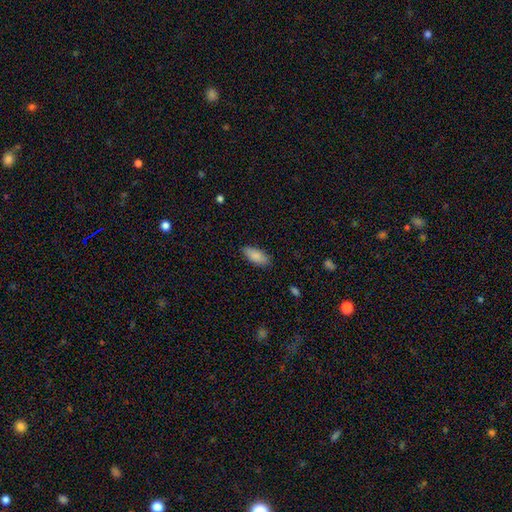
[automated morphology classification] type=smooth (86%); roundness=in between (85%); merging=none (85%).